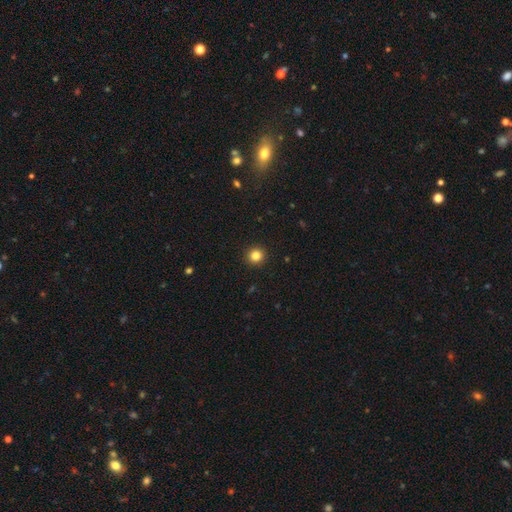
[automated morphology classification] This is clearly a smooth galaxy (83%). How rounded: clearly round (94%). Merging: clearly none (93%).